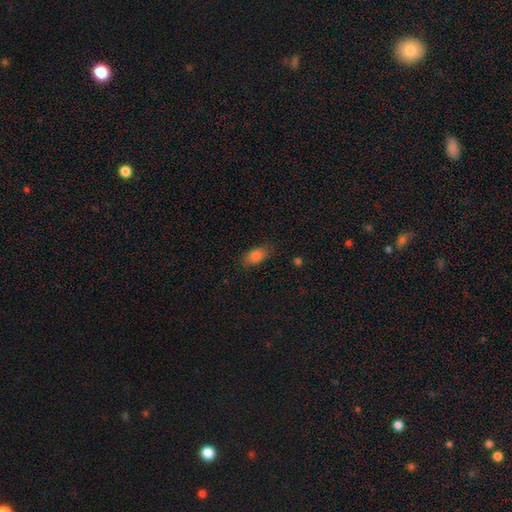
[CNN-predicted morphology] Q: Smooth or featured?
A: smooth (83%); runner-up: star or artifact (10%)
Q: How rounded?
A: in between (86%); runner-up: round (8%)
Q: Merging?
A: none (80%); runner-up: minor disturbance (15%)